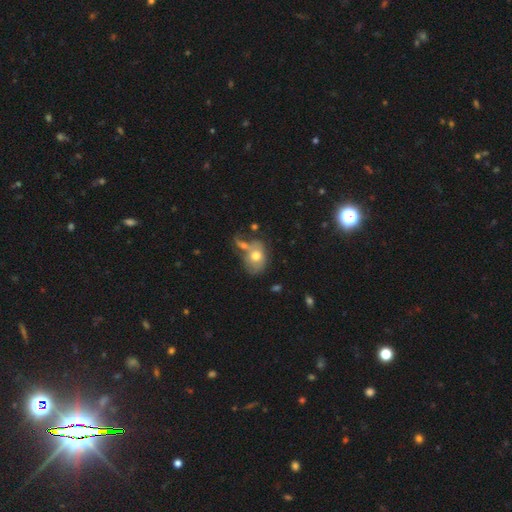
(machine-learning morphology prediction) A smooth galaxy with no disk features (64%) that is in between round and cigar-shaped (67%). Merging: merger (38%).